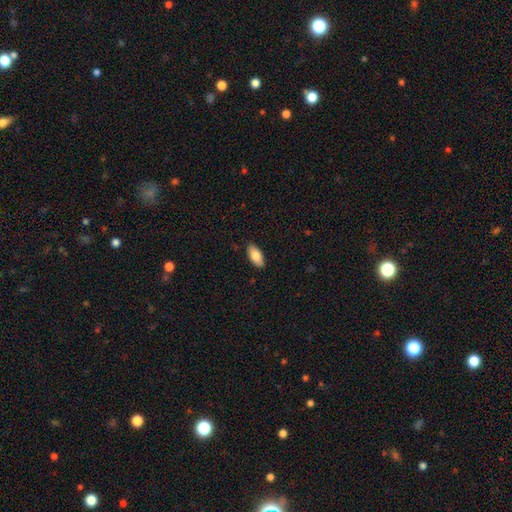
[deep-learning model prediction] The model was most divided on "smooth or featured": smooth: 83%, featured or disk: 11%, star or artifact: 6%. More confident: how rounded — in between (89%); merging — none (89%).